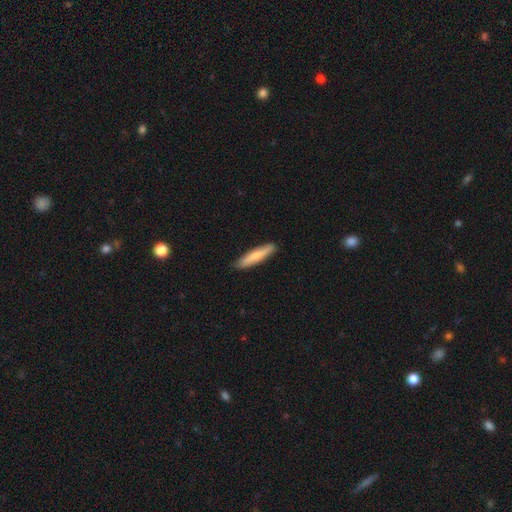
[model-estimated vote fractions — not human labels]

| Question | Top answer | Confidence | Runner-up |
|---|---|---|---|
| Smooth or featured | smooth | 72% | featured or disk (23%) |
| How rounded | cigar-shaped | 85% | in between (14%) |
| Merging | none | 88% | minor disturbance (10%) |